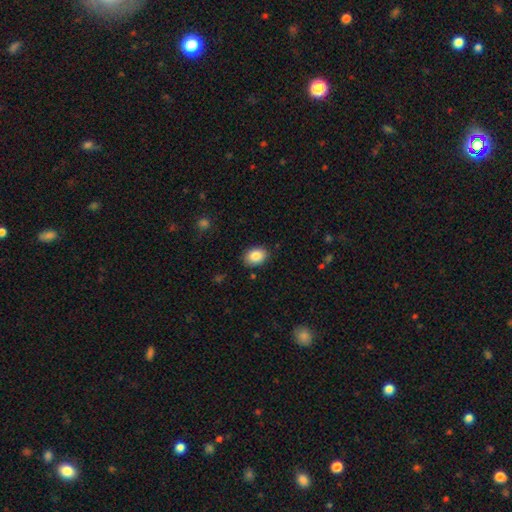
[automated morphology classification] This appears to be a smooth galaxy with no disk features (86%) that is in between round and cigar-shaped (74%). Merging: none (86%).